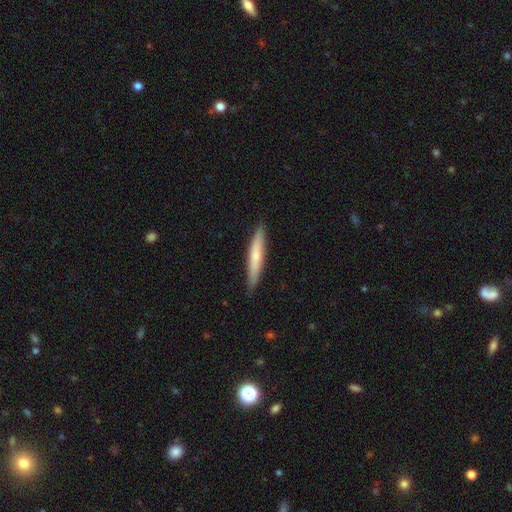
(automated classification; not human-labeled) A smooth galaxy with no disk features (60%) that is cigar-shaped (93%). Merging: none (88%).